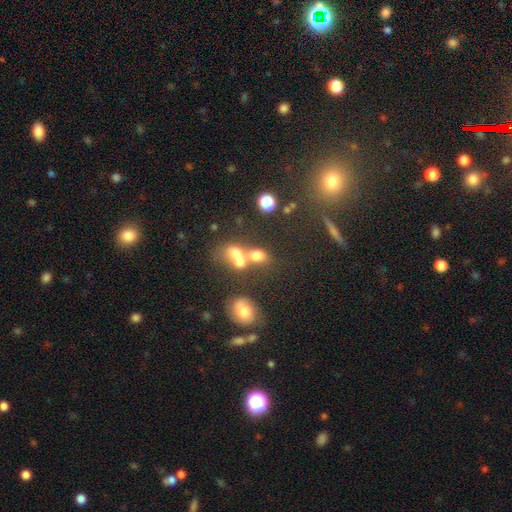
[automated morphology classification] A smooth galaxy with no disk features (60%) that is in between round and cigar-shaped (54%).

Vote fractions:
- Smooth or featured? smooth: 60% / featured or disk: 21% / star or artifact: 19%
- How rounded? in between: 54% / round: 42% / cigar-shaped: 4%
- Merging? merger: 56% / none: 28% / minor disturbance: 9% / major disturbance: 7%